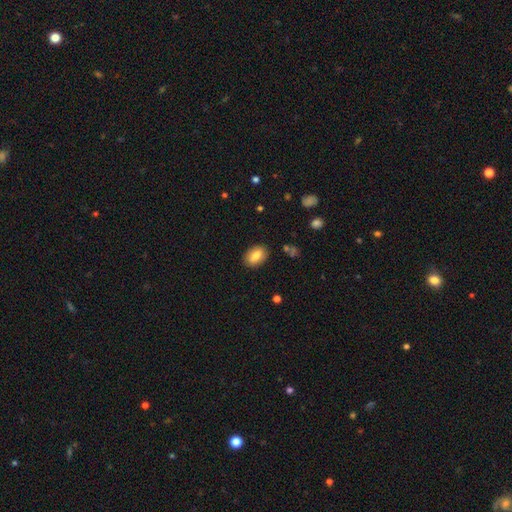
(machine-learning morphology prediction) smooth-or-featured: smooth: 79% | featured or disk: 13% | star or artifact: 8%
  how-rounded: in between: 88% | round: 10% | cigar-shaped: 2%
  merging: none: 86% | minor disturbance: 10% | major disturbance: 2% | merger: 1%